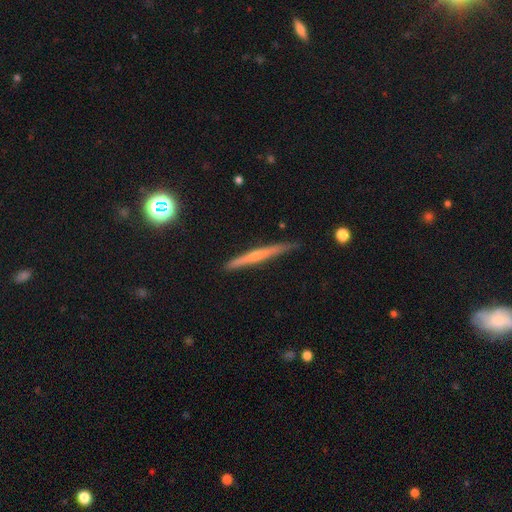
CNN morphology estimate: A featured or disk galaxy (60%) viewed edge-on (97%) with no central bulge (48%). Merging: none (86%).